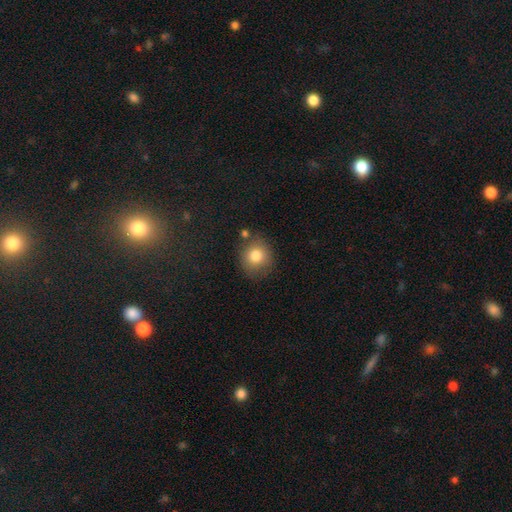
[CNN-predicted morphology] Smooth or featured? Predicted: smooth (p=0.81). How rounded? Predicted: round (p=0.82). Merging? Predicted: none (p=0.77).